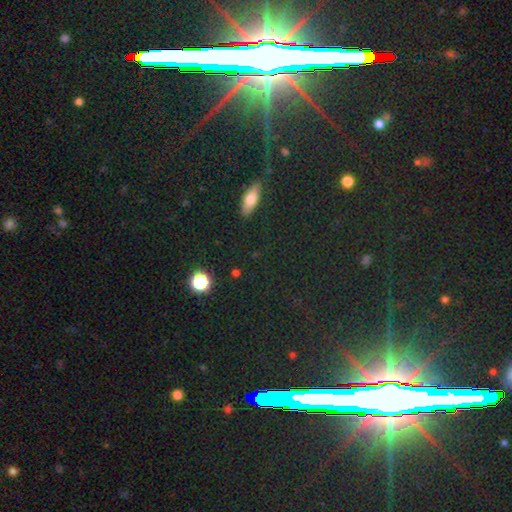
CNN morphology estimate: type=star or artifact (74%).